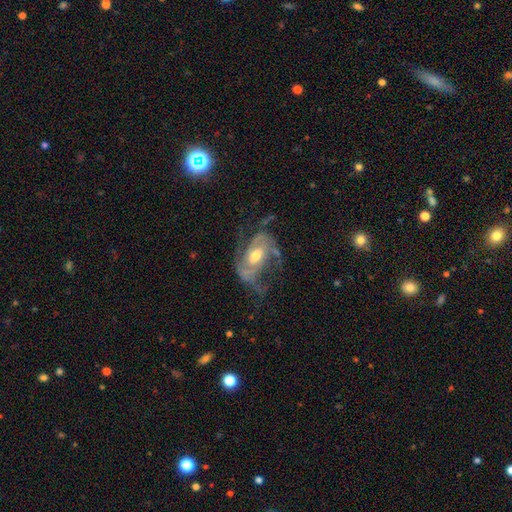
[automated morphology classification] smooth-or-featured: featured or disk: 84% | smooth: 10% | star or artifact: 6%
  disk-edge-on: no: 96% | yes: 4%
    bar: no: 42% (tied) | weak: 42% (tied) | strong: 16%
    has-spiral-arms: yes: 90% | no: 10%
      spiral-winding: medium: 46% | tight: 28% | loose: 26%
      spiral-arm-count: 2: 69% | can't tell: 14% | 3: 8% | 1: 4% | 4: 3% | more than 4: 2%
    bulge-size: moderate: 71% | small: 18% | large: 9% | none: 1% | dominant: 1%
  merging: none: 50% | major disturbance: 26% | minor disturbance: 22% | merger: 3%